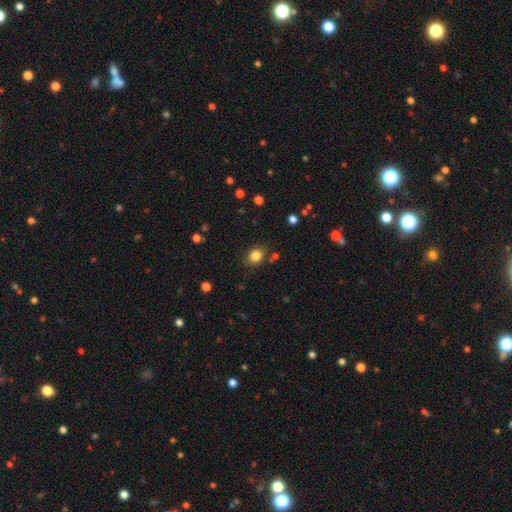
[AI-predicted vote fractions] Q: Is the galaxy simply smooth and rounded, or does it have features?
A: smooth — 83%.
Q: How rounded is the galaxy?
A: round — 52%.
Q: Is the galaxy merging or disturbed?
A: none — 79%.